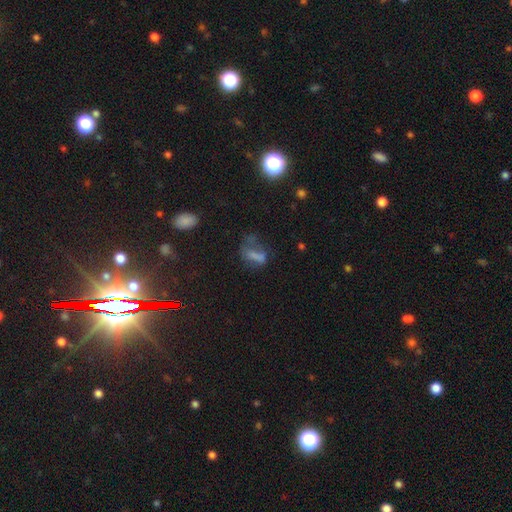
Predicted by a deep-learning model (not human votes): smooth 56%, featured or disk 25%, star or artifact 19%. Down the decision tree: how rounded — in between (72%); merging — major disturbance (39%).